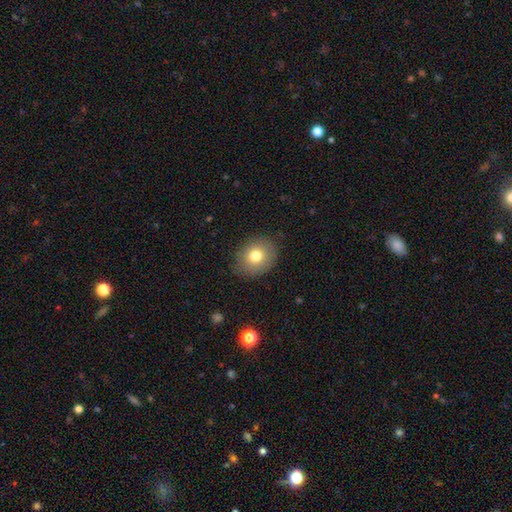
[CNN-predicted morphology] Smooth or featured: smooth — 77% (featured or disk — 13%)
How rounded: round — 57% (in between — 42%)
Merging: none — 85% (minor disturbance — 11%)